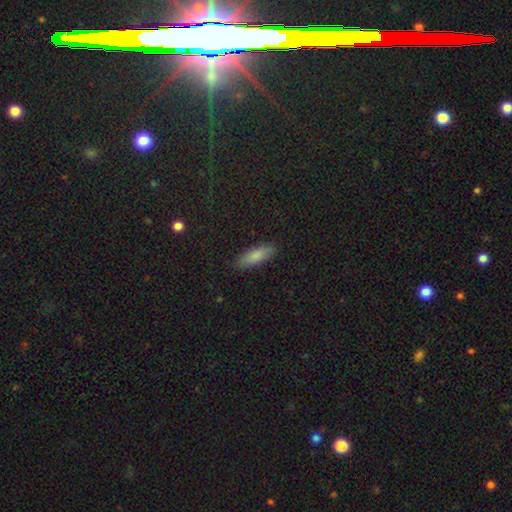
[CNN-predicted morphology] A smooth galaxy with no disk features (83%) that is in between round and cigar-shaped (58%).

Vote fractions:
- Smooth or featured? smooth: 83% / featured or disk: 10% / star or artifact: 7%
- How rounded? in between: 58% / cigar-shaped: 40% / round: 2%
- Merging? none: 87% / minor disturbance: 10% / major disturbance: 2% / merger: 1%